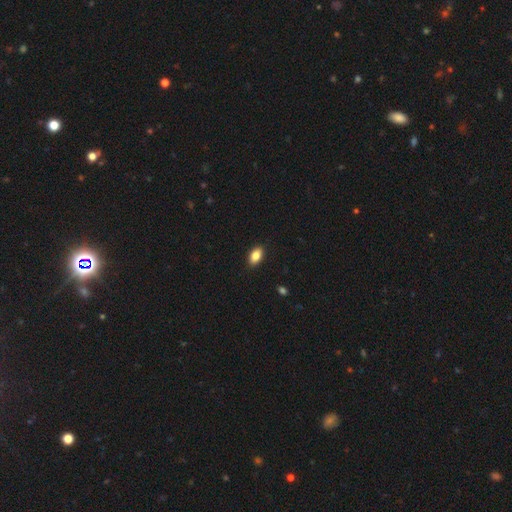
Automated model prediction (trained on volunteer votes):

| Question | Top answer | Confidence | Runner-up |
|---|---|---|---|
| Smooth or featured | smooth | 86% | star or artifact (8%) |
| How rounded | in between | 90% | round (7%) |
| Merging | none | 89% | minor disturbance (8%) |